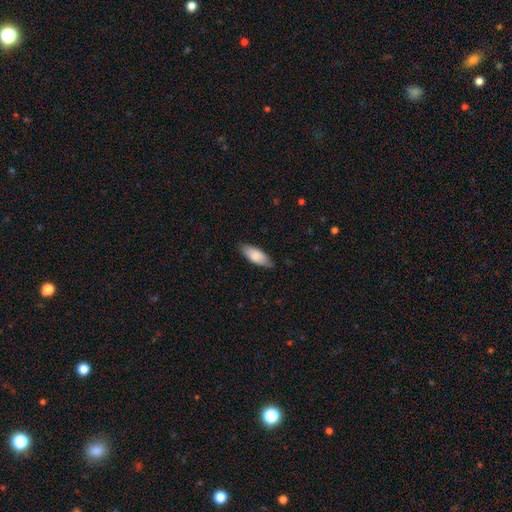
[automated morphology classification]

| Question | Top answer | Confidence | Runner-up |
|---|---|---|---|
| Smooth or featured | smooth | 83% | featured or disk (11%) |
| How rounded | in between | 78% | cigar-shaped (20%) |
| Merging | none | 81% | minor disturbance (16%) |